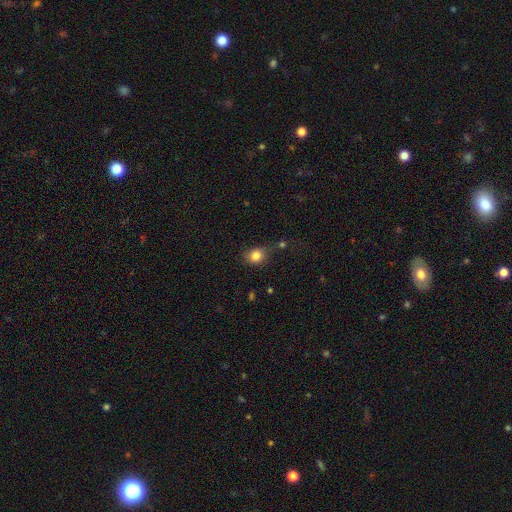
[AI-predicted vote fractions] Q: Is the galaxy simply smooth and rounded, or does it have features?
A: smooth — 83%.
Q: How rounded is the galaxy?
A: round — 72%.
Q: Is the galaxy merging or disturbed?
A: none — 58%.